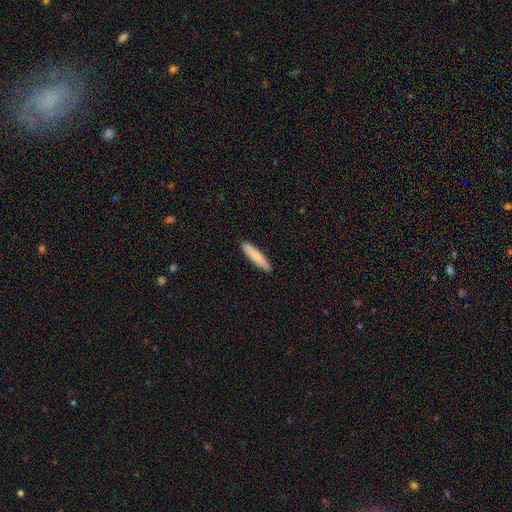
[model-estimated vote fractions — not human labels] The model was most divided on "how rounded": cigar-shaped: 81%, in between: 17%, round: 1%. More confident: merging — none (90%); smooth or featured — smooth (83%).